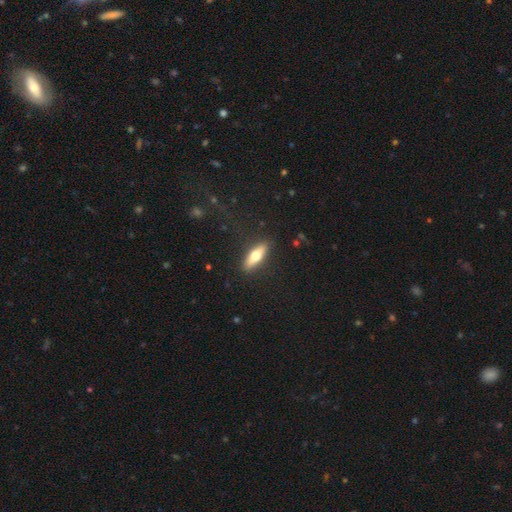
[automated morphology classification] smooth-or-featured: smooth: 59% | featured or disk: 35% | star or artifact: 6%
  how-rounded: cigar-shaped: 52% | in between: 45% | round: 3%
  merging: none: 87% | minor disturbance: 9% | major disturbance: 3% | merger: 1%